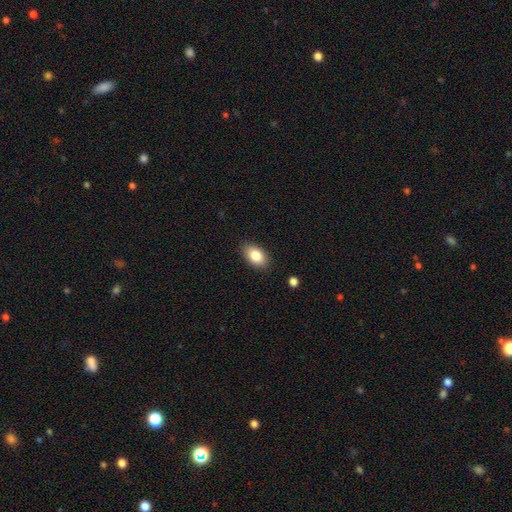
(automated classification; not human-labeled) smooth-or-featured: smooth: 83% | featured or disk: 9% | star or artifact: 8%
  how-rounded: in between: 89% | round: 9% | cigar-shaped: 1%
  merging: none: 87% | minor disturbance: 10% | major disturbance: 2% | merger: 1%